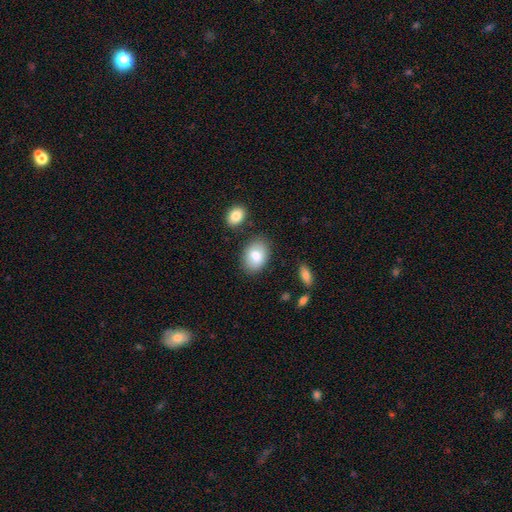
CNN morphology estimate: smooth_or_featured: smooth (p=0.81) [alt: featured or disk p=0.12]
how_rounded: in between (p=0.81) [alt: round p=0.18]
merging: none (p=0.80) [alt: minor disturbance p=0.13]